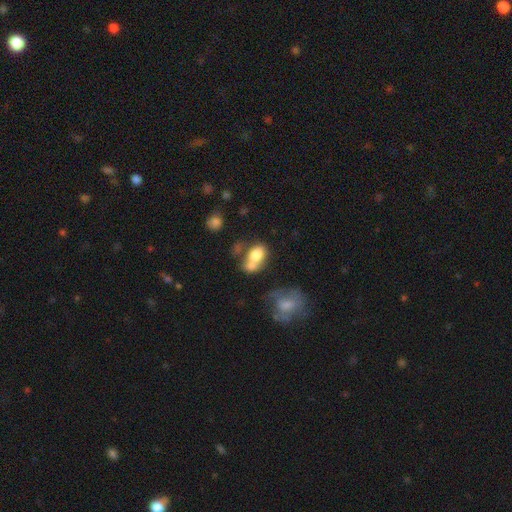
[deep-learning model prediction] This is likely a smooth galaxy (74%). How rounded: likely in between (79%). Merging: possibly merger (53%).